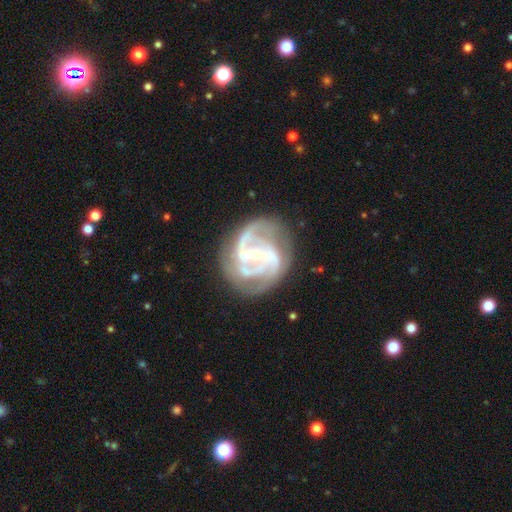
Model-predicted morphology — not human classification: A featured or disk galaxy (88%) with a weak bar (39%), 2 (41%) medium (50%) spiral arms (95%) and a small central bulge (75%). Merging: none (68%).